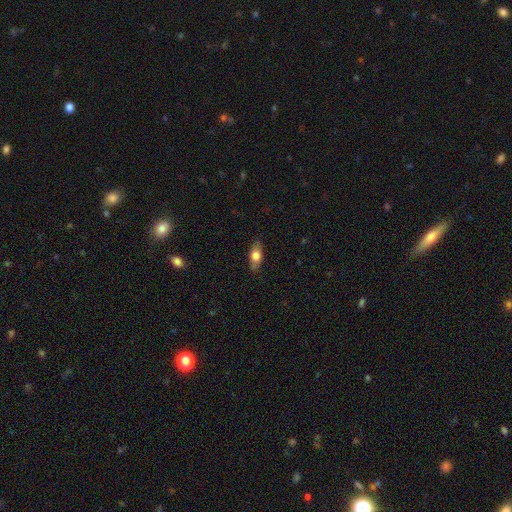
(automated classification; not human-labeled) A smooth galaxy with no disk features (70%) that is in between round and cigar-shaped (78%).

Vote fractions:
- Smooth or featured? smooth: 70% / featured or disk: 23% / star or artifact: 7%
- How rounded? in between: 78% / cigar-shaped: 16% / round: 6%
- Merging? none: 82% / minor disturbance: 14% / major disturbance: 3% / merger: 1%